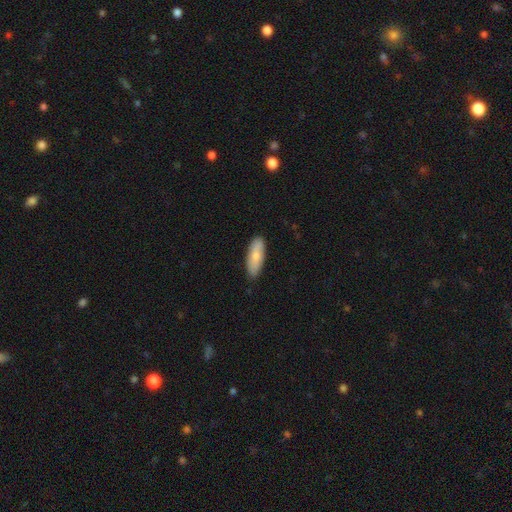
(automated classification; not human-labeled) Smooth or featured?
  - smooth: 76% *
  - featured or disk: 19%
  - star or artifact: 5%
How rounded?
  - in between: 68% *
  - cigar-shaped: 30%
  - round: 2%
Merging?
  - none: 86% *
  - minor disturbance: 12%
  - major disturbance: 2%
  - merger: 1%